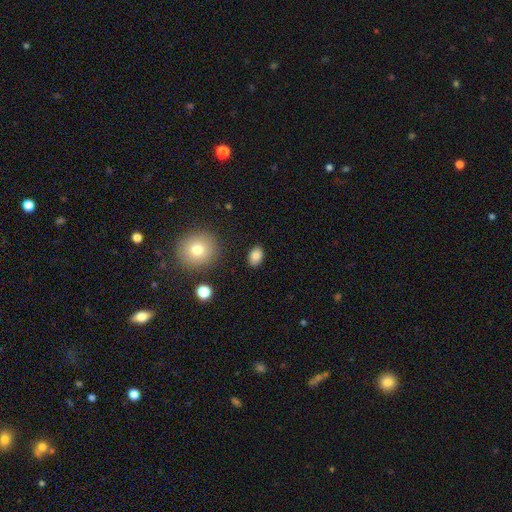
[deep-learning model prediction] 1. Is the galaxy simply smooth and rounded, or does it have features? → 84% smooth, 9% star or artifact, 7% featured or disk.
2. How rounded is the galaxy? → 79% in between, 20% round, 1% cigar-shaped.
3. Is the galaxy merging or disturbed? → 86% none, 9% minor disturbance, 3% major disturbance, 2% merger.